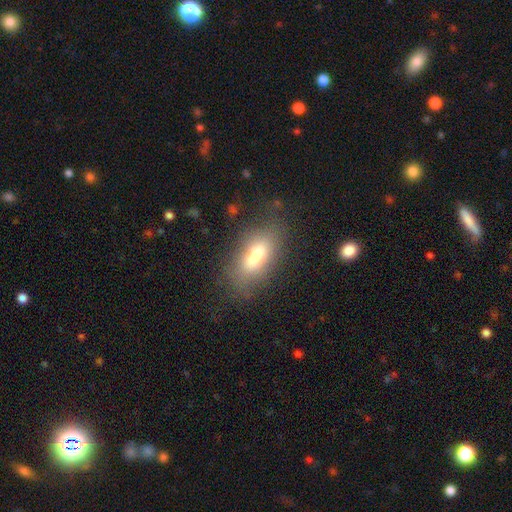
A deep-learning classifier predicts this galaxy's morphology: The model was most divided on "smooth or featured": smooth: 72%, featured or disk: 18%, star or artifact: 9%. More confident: how rounded — in between (81%); merging — none (76%).